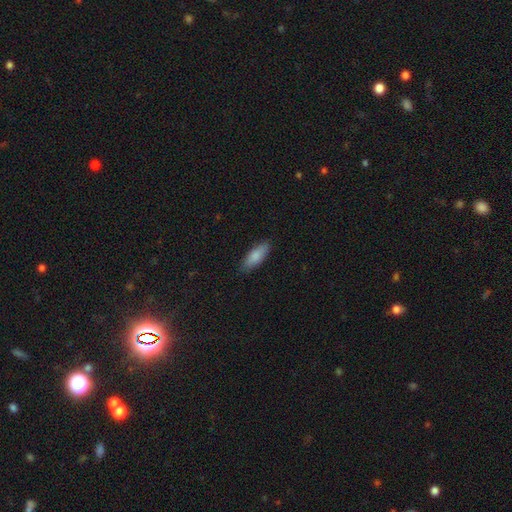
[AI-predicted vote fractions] This is clearly a smooth galaxy (84%). How rounded: likely in between (64%). Merging: clearly none (85%).